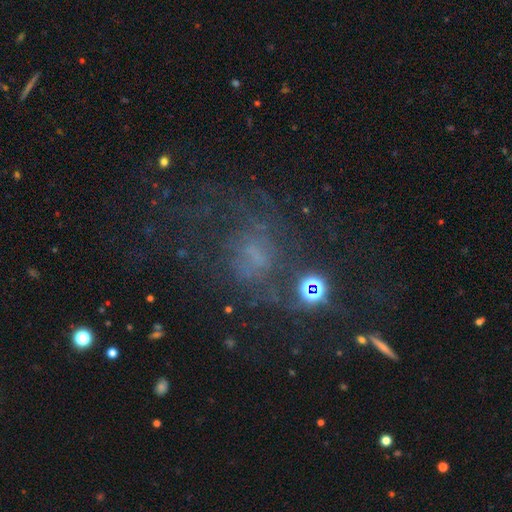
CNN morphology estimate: Q: Smooth or featured?
A: featured or disk (45%); runner-up: star or artifact (30%)
Q: Merging?
A: none (46%); runner-up: major disturbance (30%)